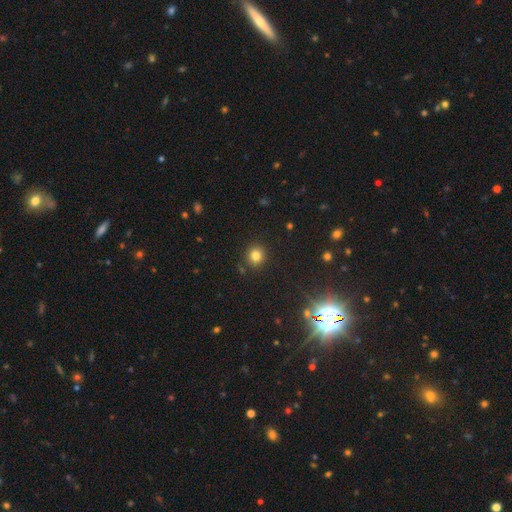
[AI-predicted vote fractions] The model was most divided on "smooth or featured": smooth: 80%, star or artifact: 14%, featured or disk: 6%. More confident: how rounded — round (90%); merging — none (88%).